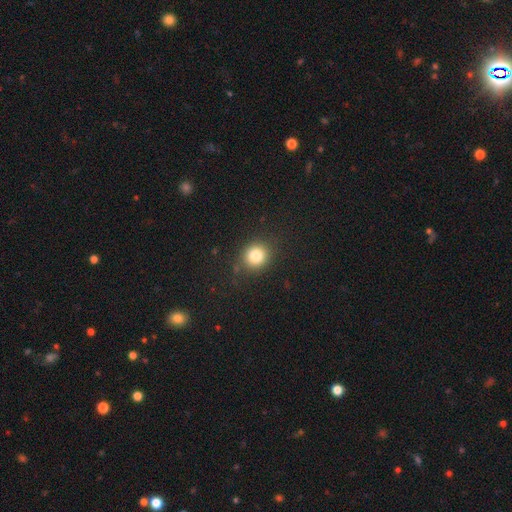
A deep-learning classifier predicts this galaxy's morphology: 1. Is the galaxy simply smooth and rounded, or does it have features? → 82% smooth, 12% star or artifact, 7% featured or disk.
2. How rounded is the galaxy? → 83% round, 16% in between, 1% cigar-shaped.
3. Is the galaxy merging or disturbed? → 85% none, 10% minor disturbance, 4% major disturbance, 1% merger.